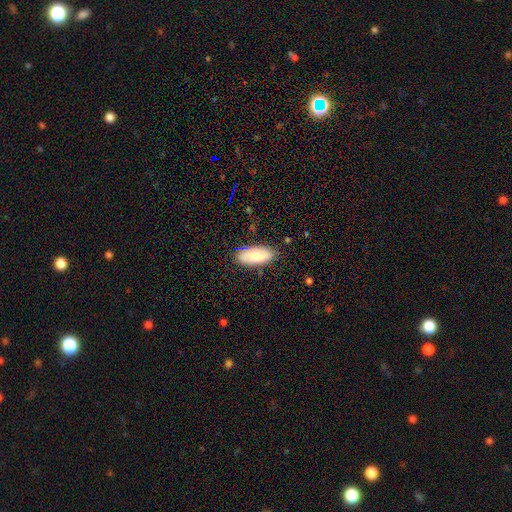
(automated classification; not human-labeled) A smooth galaxy with no disk features (78%) that is in between round and cigar-shaped (86%). Merging: none (80%).